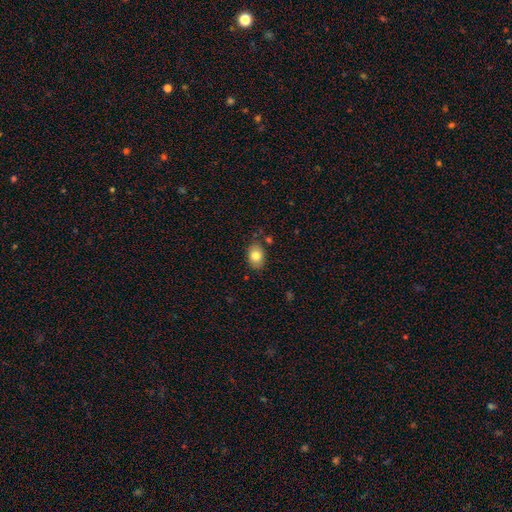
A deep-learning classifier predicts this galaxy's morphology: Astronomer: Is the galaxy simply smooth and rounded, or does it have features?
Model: smooth — 81%.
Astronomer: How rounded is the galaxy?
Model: in between — 74%.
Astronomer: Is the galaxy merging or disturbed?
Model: none — 82%.